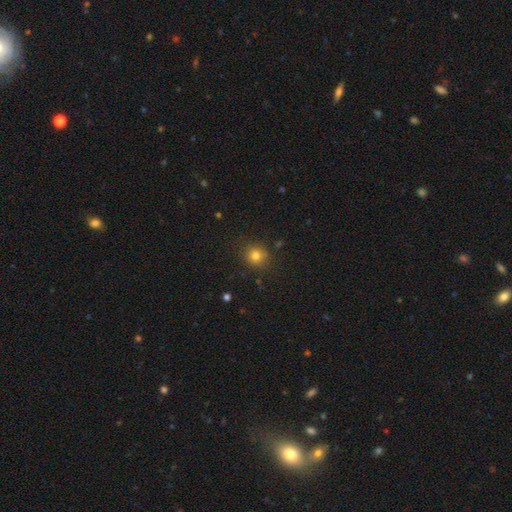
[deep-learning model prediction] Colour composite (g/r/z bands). It shows a smooth galaxy with no disk features (79%) that is round (88%). Merging: none (87%).